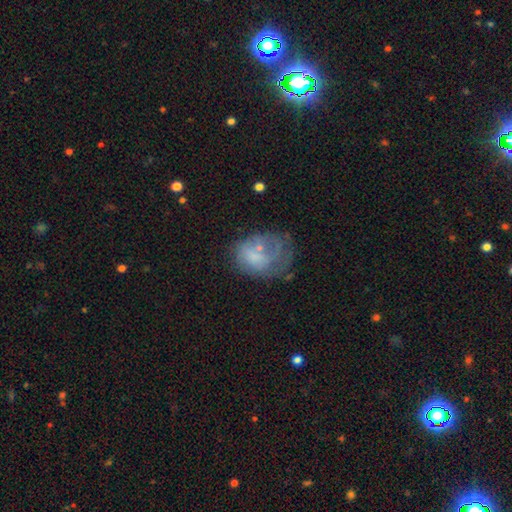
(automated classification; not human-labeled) The model was most divided on "merging": major disturbance: 37%, none: 29%, minor disturbance: 24%, merger: 10%. Remaining: smooth or featured — smooth (50%).